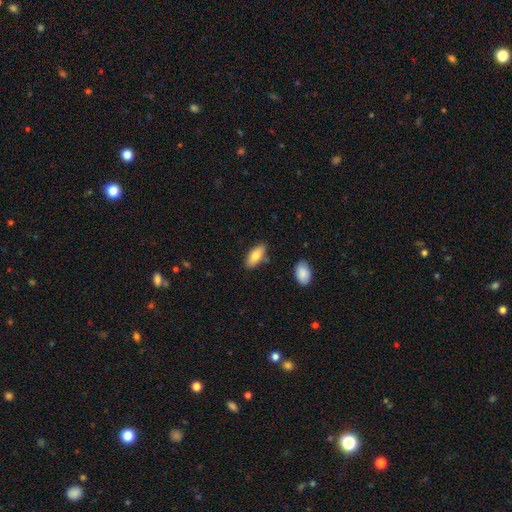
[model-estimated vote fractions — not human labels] A smooth galaxy with no disk features (82%) that is in between round and cigar-shaped (83%). Merging: none (81%).